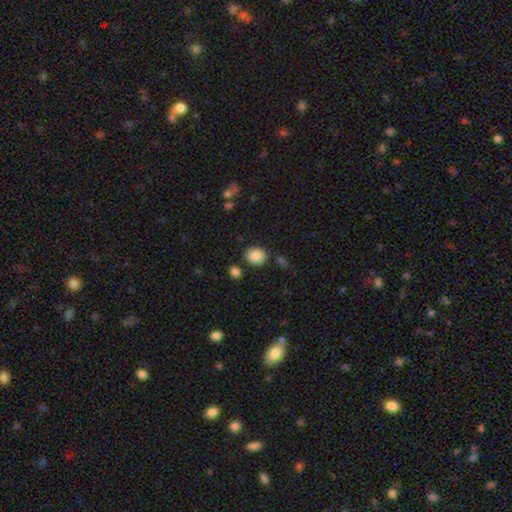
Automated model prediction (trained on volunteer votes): smooth 87%, star or artifact 9%, featured or disk 4%. Down the decision tree: how rounded — round (75%); merging — none (82%).